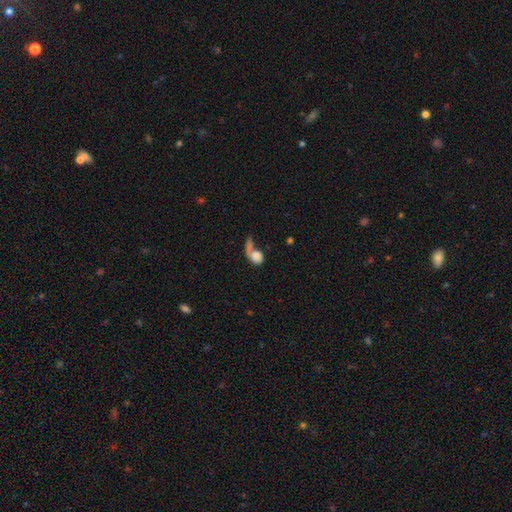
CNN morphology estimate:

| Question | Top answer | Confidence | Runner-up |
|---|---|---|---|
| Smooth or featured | smooth | 69% | featured or disk (22%) |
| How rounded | in between | 54% | round (41%) |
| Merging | merger | 39% | none (26%) |